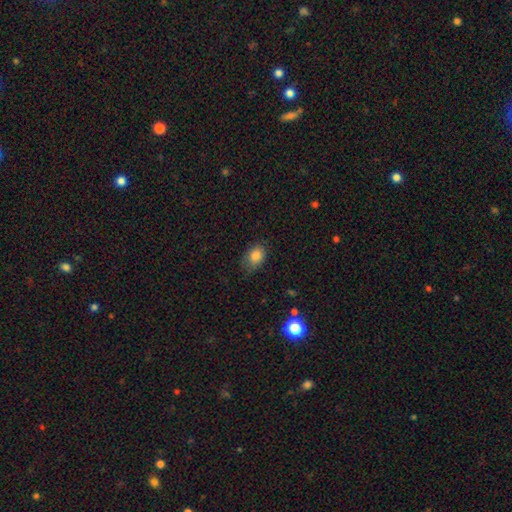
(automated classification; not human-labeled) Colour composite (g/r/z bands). It shows a smooth galaxy with no disk features (83%) that is in between round and cigar-shaped (71%). Merging: none (67%).